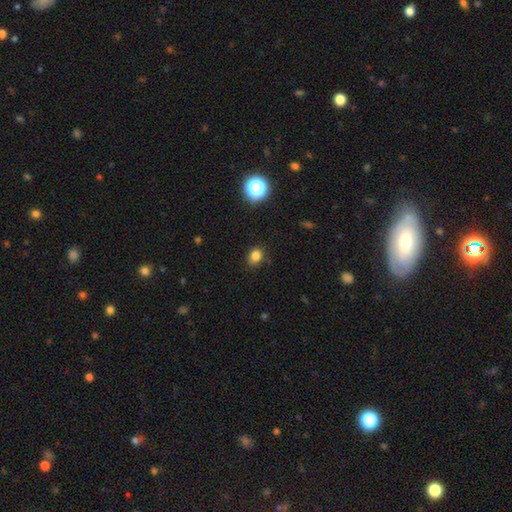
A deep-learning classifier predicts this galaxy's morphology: smooth_or_featured: smooth (p=0.80) [alt: star or artifact p=0.14]
how_rounded: round (p=0.54) [alt: in between p=0.45]
merging: none (p=0.82) [alt: minor disturbance p=0.13]